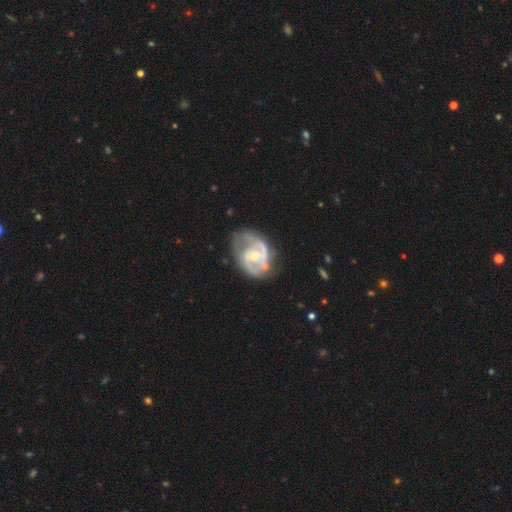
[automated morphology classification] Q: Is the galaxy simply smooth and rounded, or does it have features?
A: featured or disk — 84%.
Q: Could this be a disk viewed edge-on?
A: no — 98%.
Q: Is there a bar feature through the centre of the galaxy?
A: no — 57%.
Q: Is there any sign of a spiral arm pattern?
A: yes — 89%.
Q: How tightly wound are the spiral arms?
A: medium — 48%.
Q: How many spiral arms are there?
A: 2 — 70%.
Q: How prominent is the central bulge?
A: small — 51%.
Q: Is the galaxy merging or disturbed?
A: none — 50%.